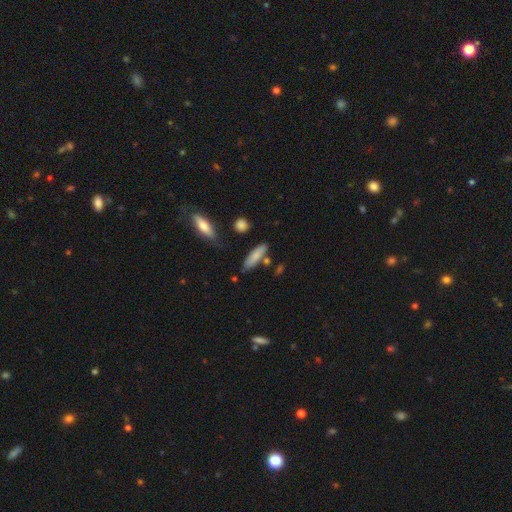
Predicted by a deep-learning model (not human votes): Smooth or featured? Predicted: smooth (p=0.78). How rounded? Predicted: cigar-shaped (p=0.59). Merging? Predicted: none (p=0.72).